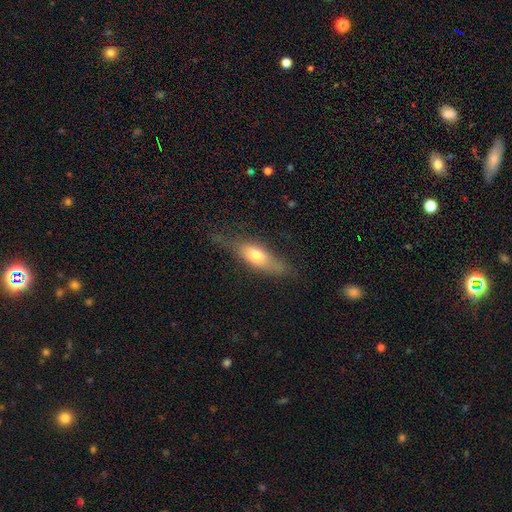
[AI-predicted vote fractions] smooth_or_featured: smooth (p=0.61) [alt: featured or disk p=0.32]
how_rounded: in between (p=0.55) [alt: cigar-shaped p=0.42]
merging: none (p=0.56) [alt: minor disturbance p=0.28]